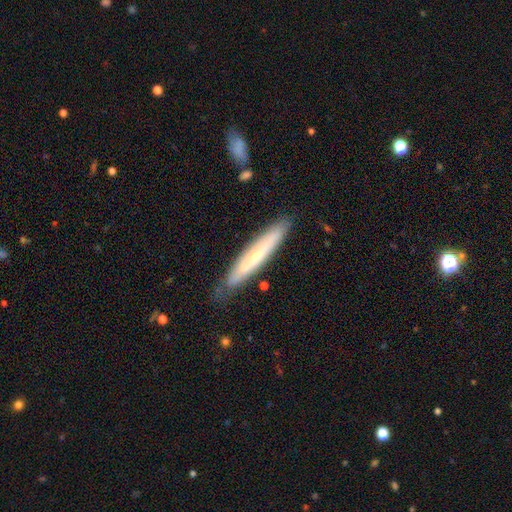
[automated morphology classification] Smooth or featured? Predicted: smooth (p=0.49). Merging? Predicted: none (p=0.81).